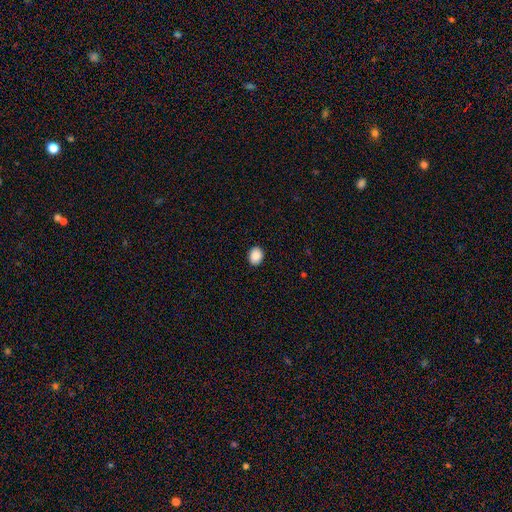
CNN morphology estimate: Overall: smooth (89%). How rounded: in between (56%; round 43%). Merging: none (90%).